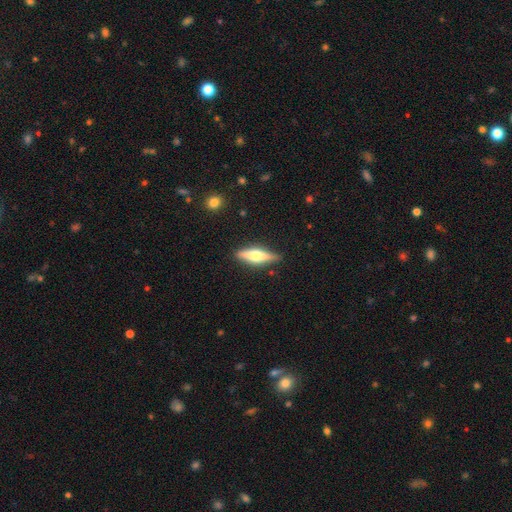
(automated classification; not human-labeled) Morphology: type=featured or disk (60%); edge-on=yes (95%); edge-on bulge=rounded (92%); merging=none (87%).